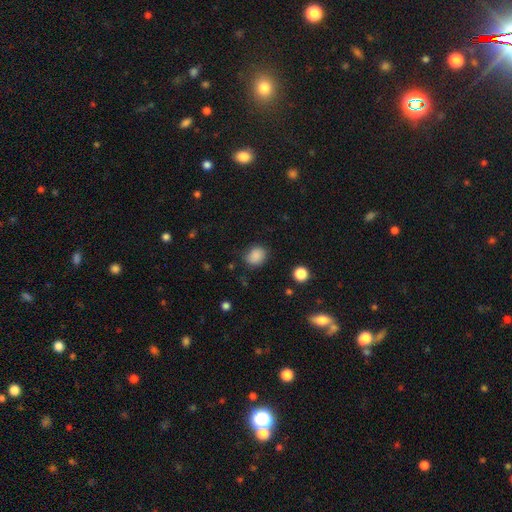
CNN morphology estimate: smooth-or-featured: smooth: 86% | star or artifact: 10% | featured or disk: 4%
  how-rounded: round: 59% | in between: 40% | cigar-shaped: 1%
  merging: none: 73% | minor disturbance: 20% | major disturbance: 5% | merger: 2%